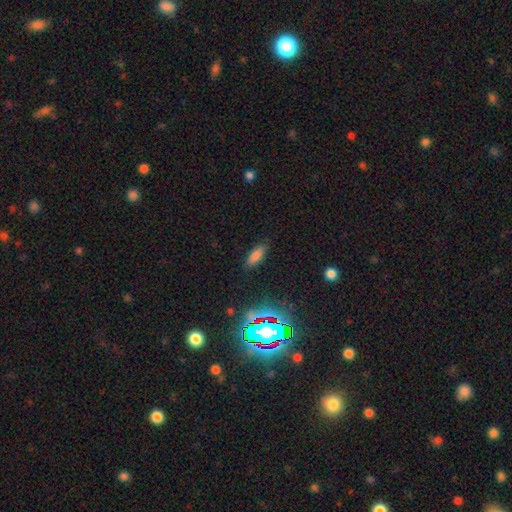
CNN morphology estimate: Smooth or featured? Predicted: smooth (p=0.76). How rounded? Predicted: in between (p=0.74). Merging? Predicted: none (p=0.84).